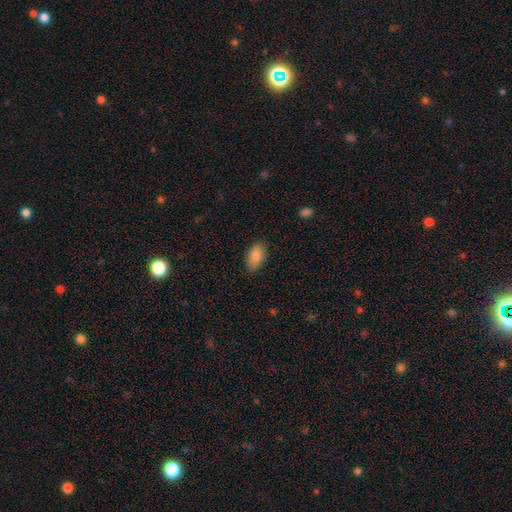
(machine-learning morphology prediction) The model was most divided on "merging": none: 84%, minor disturbance: 12%, major disturbance: 3%, merger: 1%. More confident: how rounded — in between (93%); smooth or featured — smooth (87%).